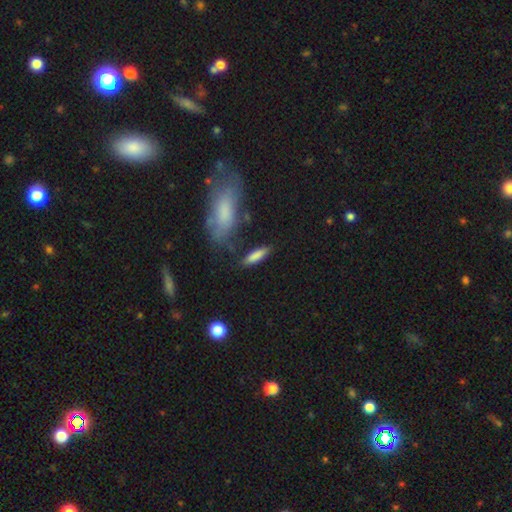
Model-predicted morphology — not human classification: Smooth or featured: smooth — 82% (featured or disk — 11%)
How rounded: cigar-shaped — 64% (in between — 34%)
Merging: none — 75% (minor disturbance — 15%)